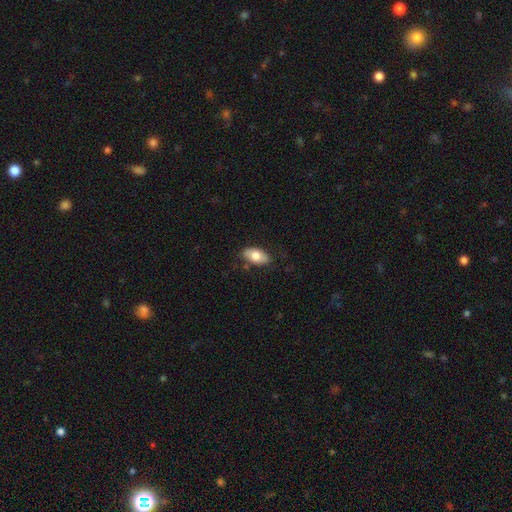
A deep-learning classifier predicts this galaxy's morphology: Smooth or featured?
  - smooth: 75% *
  - featured or disk: 18%
  - star or artifact: 6%
How rounded?
  - in between: 92% *
  - cigar-shaped: 4%
  - round: 4%
Merging?
  - none: 79% *
  - minor disturbance: 15%
  - major disturbance: 4%
  - merger: 2%